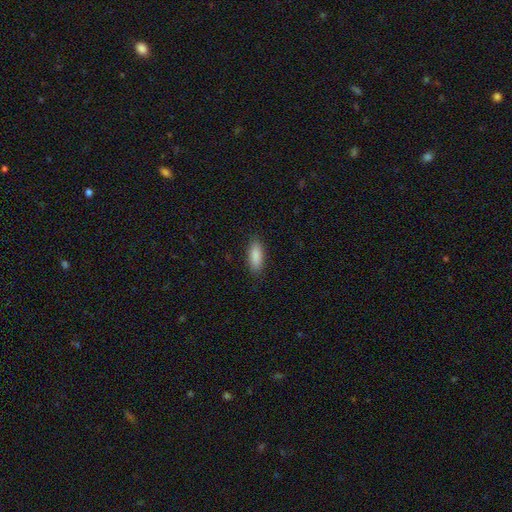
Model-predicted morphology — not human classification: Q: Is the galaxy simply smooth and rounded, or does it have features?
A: smooth — 88%.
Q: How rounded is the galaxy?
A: in between — 74%.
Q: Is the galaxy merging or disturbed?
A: none — 88%.